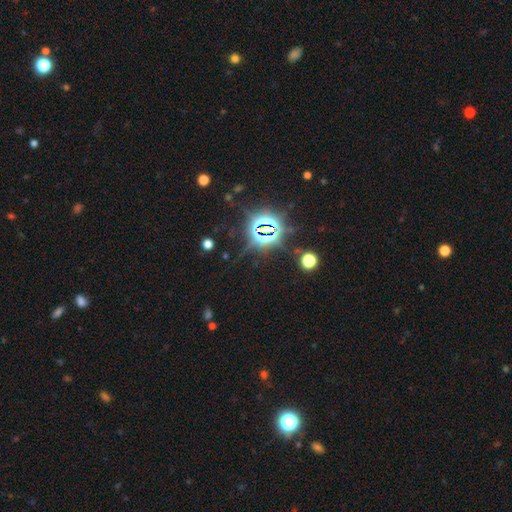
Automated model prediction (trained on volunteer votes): Overall: star or artifact (82%).